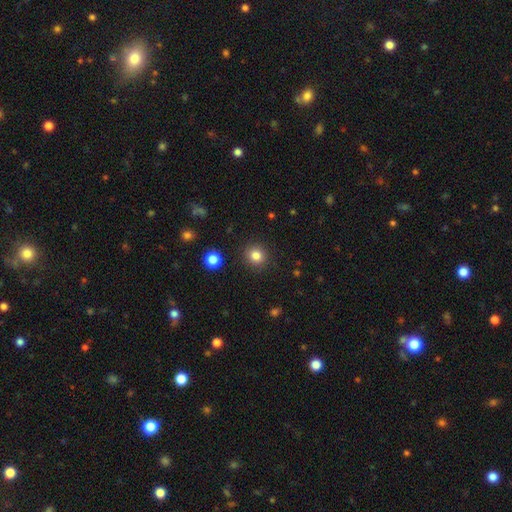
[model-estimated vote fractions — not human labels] Morphology: type=smooth (83%); roundness=round (90%); merging=none (91%).